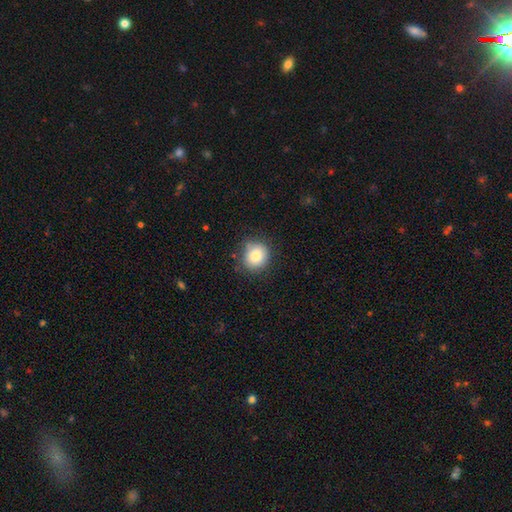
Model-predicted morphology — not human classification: A smooth galaxy with no disk features (83%) that is round (84%).

Vote fractions:
- Smooth or featured? smooth: 83% / star or artifact: 9% / featured or disk: 7%
- How rounded? round: 84% / in between: 15% / cigar-shaped: 1%
- Merging? none: 81% / minor disturbance: 14% / major disturbance: 3% / merger: 2%